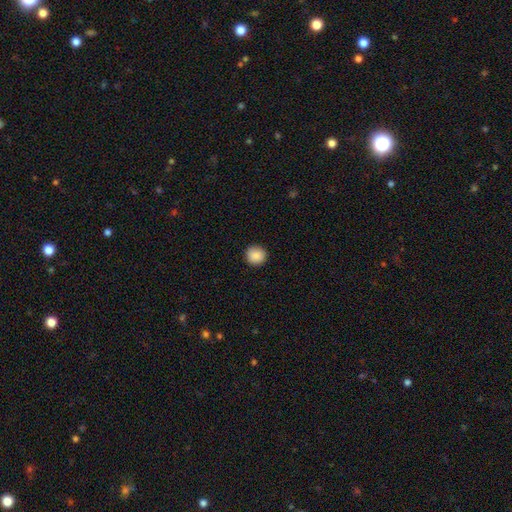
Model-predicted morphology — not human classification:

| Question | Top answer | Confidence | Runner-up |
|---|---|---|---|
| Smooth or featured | smooth | 88% | star or artifact (8%) |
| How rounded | round | 95% | in between (4%) |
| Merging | none | 92% | minor disturbance (5%) |